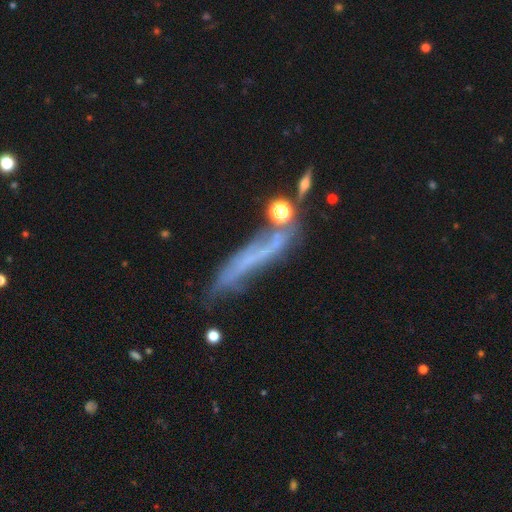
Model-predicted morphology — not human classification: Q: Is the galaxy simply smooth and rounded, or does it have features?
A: featured or disk — 53%.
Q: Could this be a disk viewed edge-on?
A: yes — 59%.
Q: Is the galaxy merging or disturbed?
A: none — 45%.